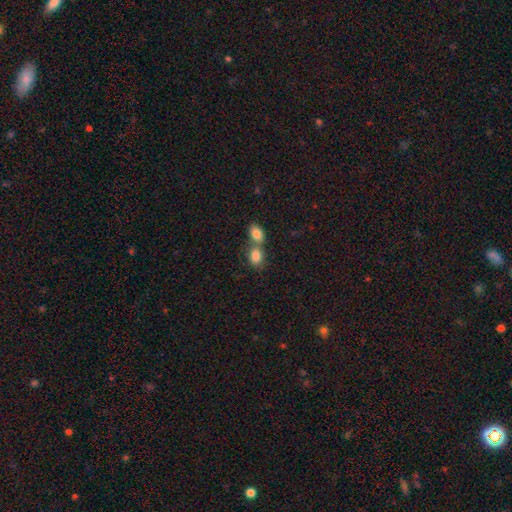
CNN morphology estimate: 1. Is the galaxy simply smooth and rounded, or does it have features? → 83% smooth, 9% star or artifact, 8% featured or disk.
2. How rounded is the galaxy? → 71% in between, 27% round, 2% cigar-shaped.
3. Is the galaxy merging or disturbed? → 59% merger, 31% none, 7% minor disturbance, 3% major disturbance.